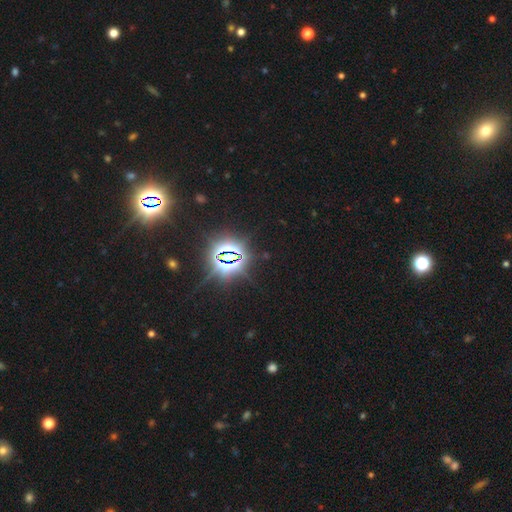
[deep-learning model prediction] Q: Smooth or featured?
A: star or artifact (83%); runner-up: smooth (11%)